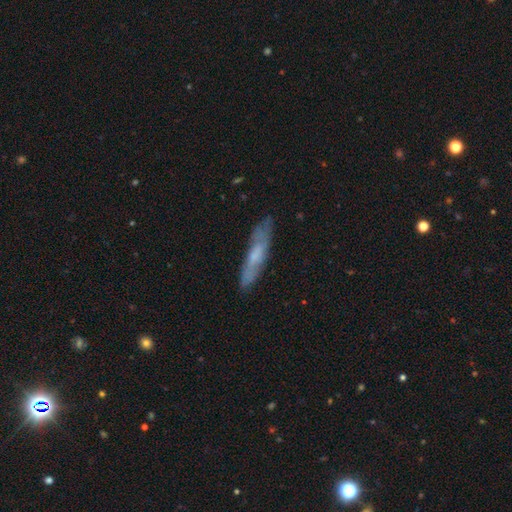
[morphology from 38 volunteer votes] This is possibly a smooth galaxy (50%). How rounded: clearly cigar-shaped (84%). Merging: likely none (68%).